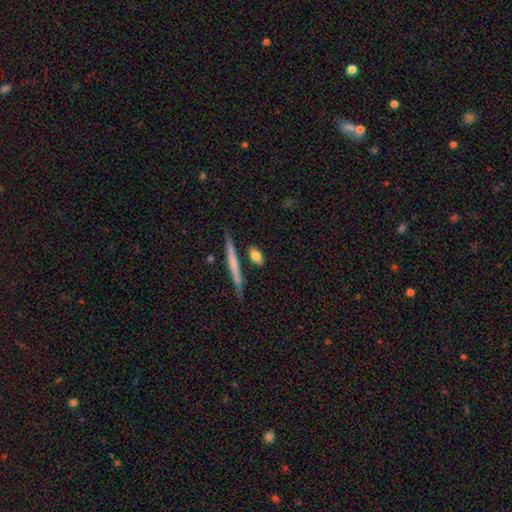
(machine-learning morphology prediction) smooth 75%, featured or disk 19%, star or artifact 6%. Down the decision tree: how rounded — in between (50%); merging — none (76%).